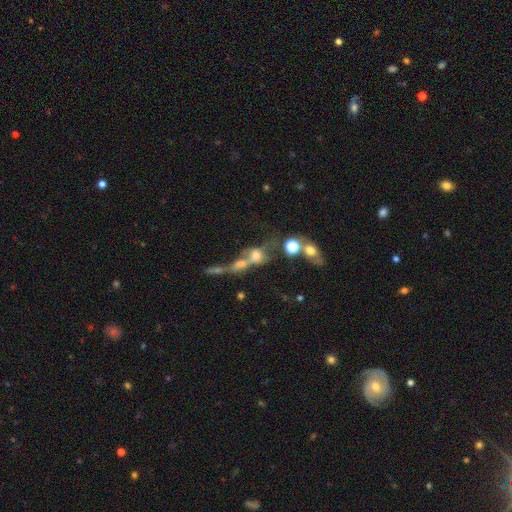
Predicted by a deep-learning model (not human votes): smooth-or-featured: smooth: 50% | featured or disk: 31% | star or artifact: 19%
  how-rounded: round: 48% | in between: 44% | cigar-shaped: 8%
  merging: merger: 65% | none: 17% | major disturbance: 12% | minor disturbance: 7%